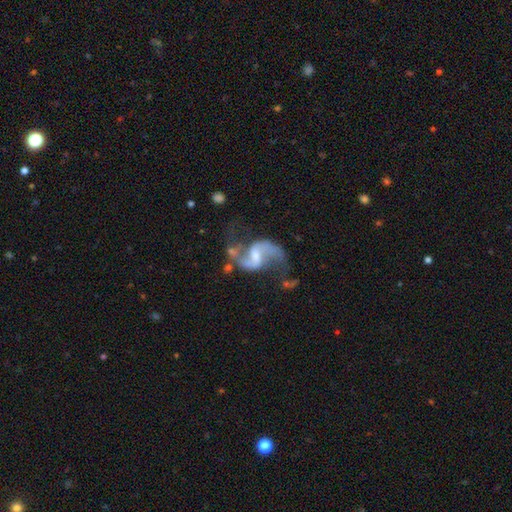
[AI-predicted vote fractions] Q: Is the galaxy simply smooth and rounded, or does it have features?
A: featured or disk — 90%.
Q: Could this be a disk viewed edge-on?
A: no — 98%.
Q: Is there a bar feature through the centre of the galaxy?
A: weak — 53%.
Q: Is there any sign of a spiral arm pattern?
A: yes — 96%.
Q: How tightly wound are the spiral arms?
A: loose — 68%.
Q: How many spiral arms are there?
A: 2 — 93%.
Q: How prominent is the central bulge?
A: small — 46%.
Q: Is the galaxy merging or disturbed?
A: none — 58%.